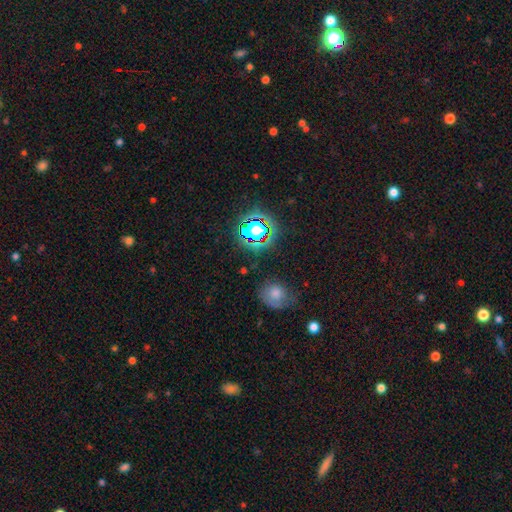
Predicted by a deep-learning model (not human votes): Smooth or featured: star or artifact — 58% (smooth — 26%)